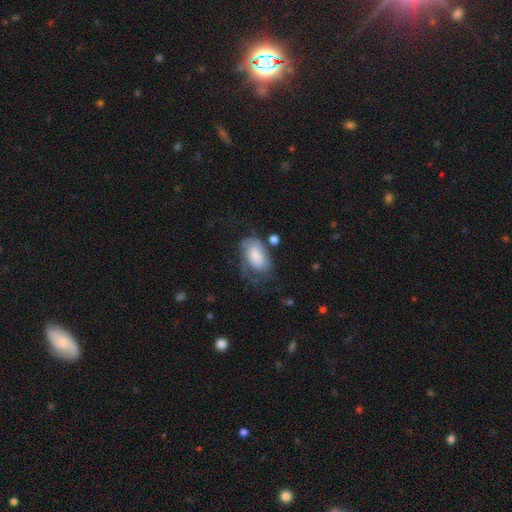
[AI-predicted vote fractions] A smooth galaxy with no disk features (65%) that is in between round and cigar-shaped (92%).

Vote fractions:
- Smooth or featured? smooth: 65% / featured or disk: 28% / star or artifact: 7%
- How rounded? in between: 92% / round: 6% / cigar-shaped: 2%
- Merging? none: 36% / minor disturbance: 30% / major disturbance: 28% / merger: 6%